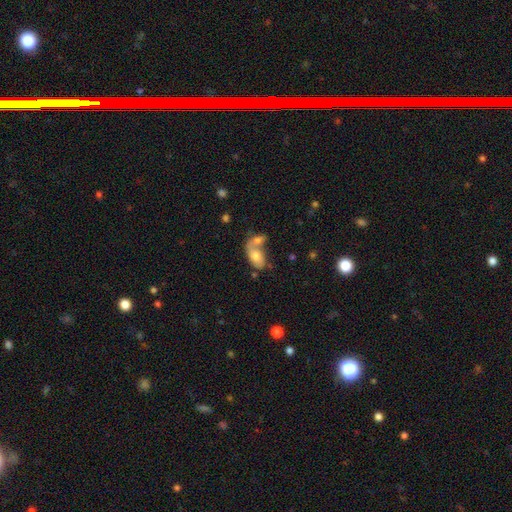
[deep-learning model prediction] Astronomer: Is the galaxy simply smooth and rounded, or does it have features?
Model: smooth — 67%.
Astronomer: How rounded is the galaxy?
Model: in between — 89%.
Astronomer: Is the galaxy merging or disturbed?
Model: merger — 62%.